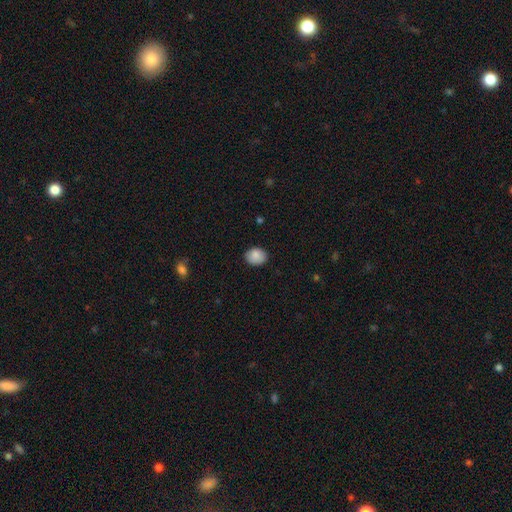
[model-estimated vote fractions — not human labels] The model was most divided on "how rounded" (2-way tie): in between: 50%, round: 50%, cigar-shaped: 1%. More confident: smooth or featured — smooth (87%); merging — none (85%).